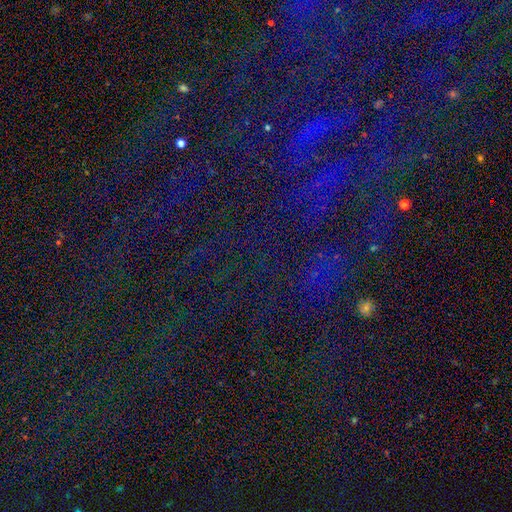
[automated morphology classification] Q: Smooth or featured?
A: star or artifact (82%); runner-up: smooth (10%)